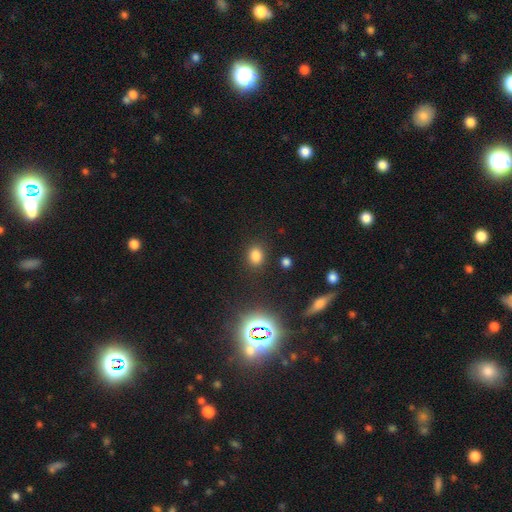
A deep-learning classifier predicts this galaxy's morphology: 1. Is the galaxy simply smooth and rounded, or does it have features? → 78% smooth, 16% star or artifact, 6% featured or disk.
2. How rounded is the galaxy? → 60% in between, 38% round, 2% cigar-shaped.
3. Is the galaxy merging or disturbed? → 84% none, 10% minor disturbance, 3% major disturbance, 3% merger.